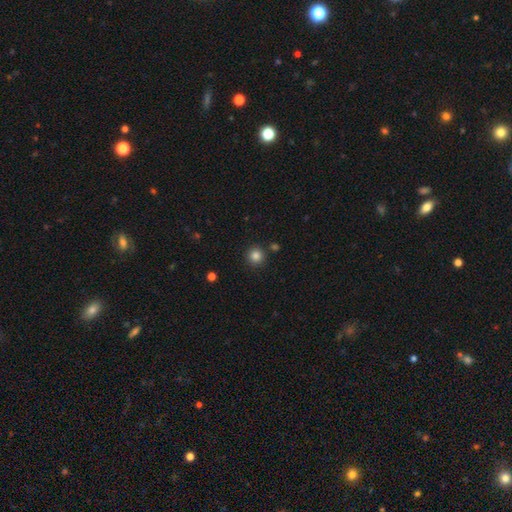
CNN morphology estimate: Smooth or featured? smooth (84%)
How rounded? round (95%)
Merging? none (89%)